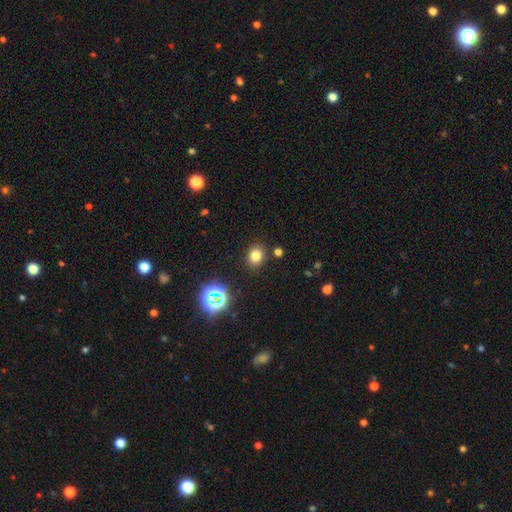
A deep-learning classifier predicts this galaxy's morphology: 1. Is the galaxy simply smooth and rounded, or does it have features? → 76% smooth, 17% star or artifact, 7% featured or disk.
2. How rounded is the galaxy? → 57% round, 42% in between, 1% cigar-shaped.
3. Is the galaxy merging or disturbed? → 86% none, 8% minor disturbance, 3% merger, 3% major disturbance.